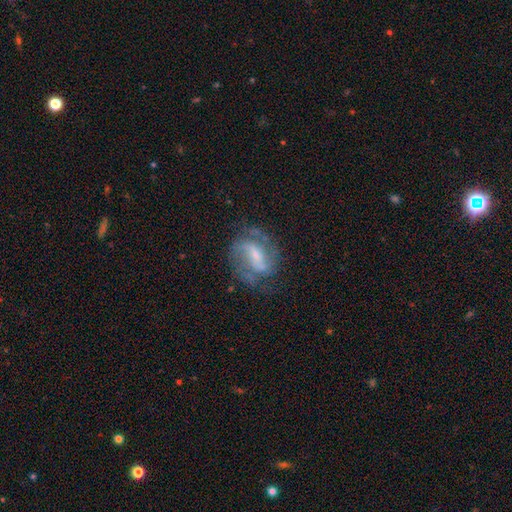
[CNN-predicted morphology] smooth-or-featured: featured or disk: 82% | smooth: 11% | star or artifact: 7%
  disk-edge-on: no: 96% | yes: 4%
    bar: weak: 46% | strong: 34% | no: 19%
    has-spiral-arms: yes: 93% | no: 7%
      spiral-winding: medium: 51% | tight: 26% | loose: 23%
      spiral-arm-count: 2: 75% | can't tell: 11% | 3: 7% | 1: 4% | 4: 2% | more than 4: 2%
    bulge-size: small: 51% | moderate: 32% | none: 11% | large: 5% | dominant: 1%
  merging: none: 66% | minor disturbance: 19% | major disturbance: 13% | merger: 2%